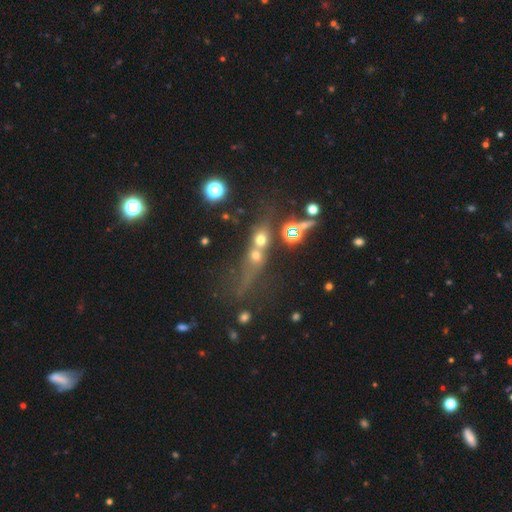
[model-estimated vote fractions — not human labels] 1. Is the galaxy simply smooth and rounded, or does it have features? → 44% smooth, 31% star or artifact, 25% featured or disk.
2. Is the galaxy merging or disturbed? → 52% merger, 28% none, 11% major disturbance, 9% minor disturbance.